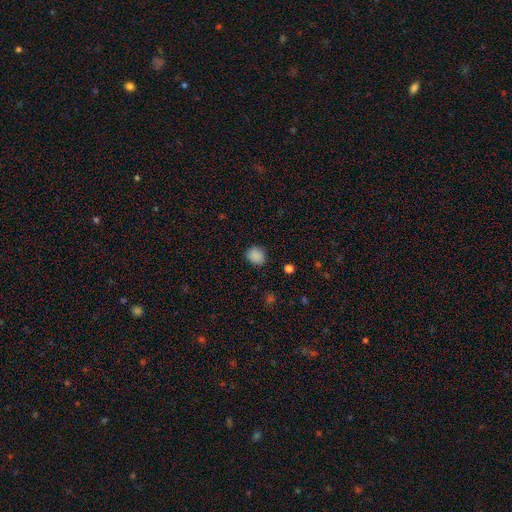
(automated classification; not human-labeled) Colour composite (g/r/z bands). It shows a smooth galaxy with no disk features (86%) that is round (74%). Merging: none (84%).